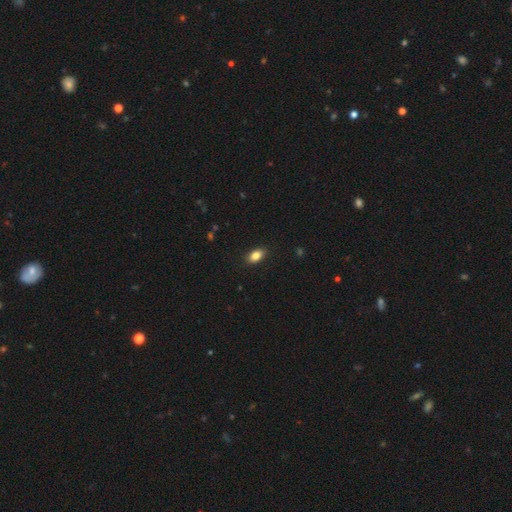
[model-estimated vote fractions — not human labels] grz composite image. It shows a smooth galaxy with no disk features (84%) that is in between round and cigar-shaped (88%). Merging: none (87%).